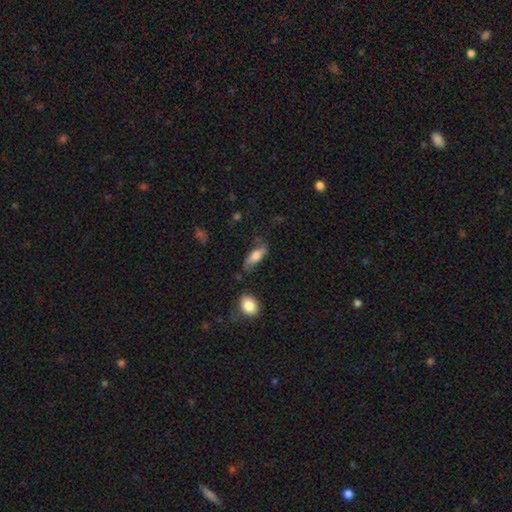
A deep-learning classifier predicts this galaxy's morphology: Q: Smooth or featured?
A: smooth (66%); runner-up: featured or disk (27%)
Q: How rounded?
A: in between (70%); runner-up: cigar-shaped (27%)
Q: Merging?
A: none (59%); runner-up: minor disturbance (26%)